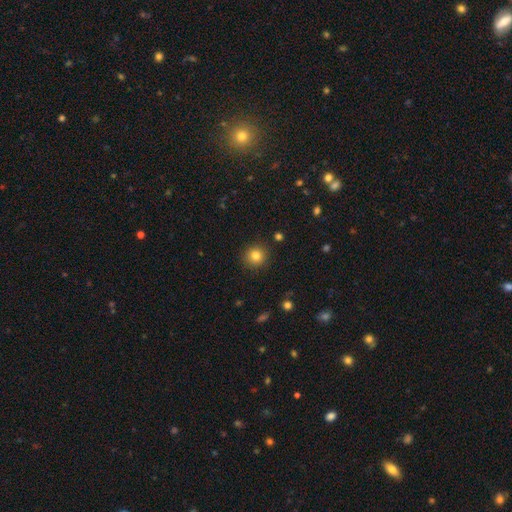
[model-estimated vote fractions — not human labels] smooth_or_featured: smooth (p=0.81) [alt: star or artifact p=0.12]
how_rounded: round (p=0.92) [alt: in between p=0.07]
merging: none (p=0.90) [alt: minor disturbance p=0.06]